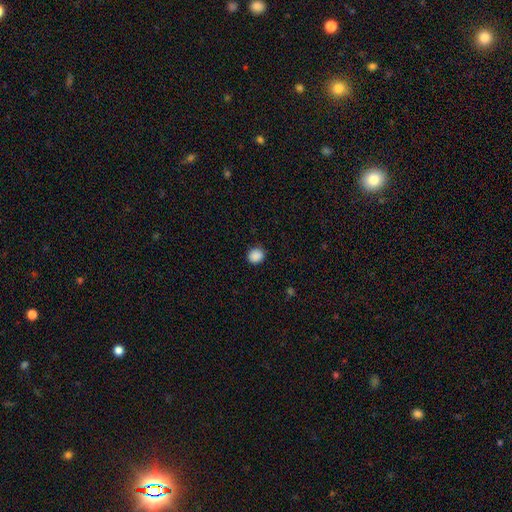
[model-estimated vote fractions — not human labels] Smooth or featured? Predicted: smooth (p=0.89). How rounded? Predicted: round (p=0.81). Merging? Predicted: none (p=0.89).